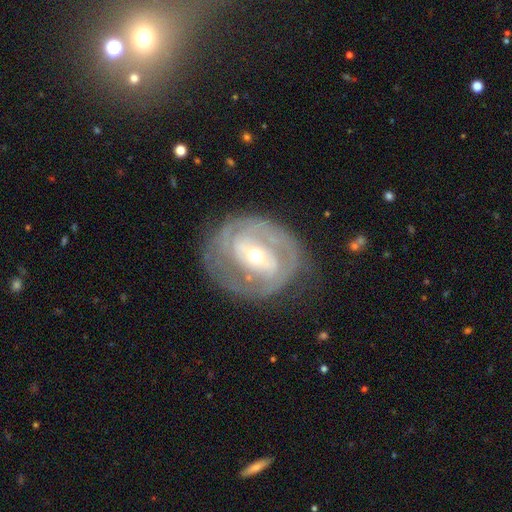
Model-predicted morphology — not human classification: Overall: featured or disk (80%). Edge-on disk: no (96%). Bar: weak (39%; no 33%). Spiral arms: yes (78%). Spiral arm count: 2 (48%; can't tell 31%). Spiral winding: tight (64%; medium 27%). Bulge size: moderate (59%; small 35%). Merging: none (70%).